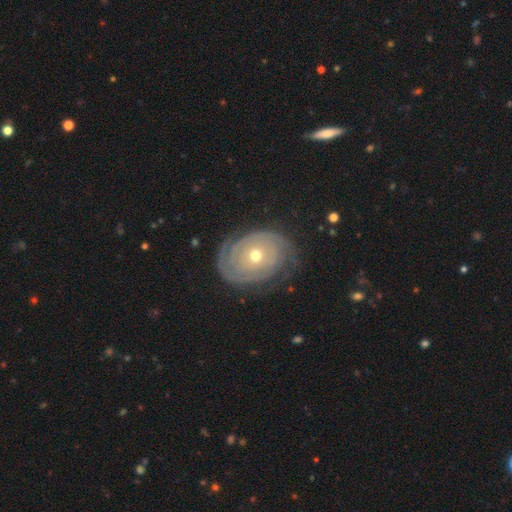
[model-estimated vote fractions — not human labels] Smooth or featured? Predicted: featured or disk (p=0.81). Edge-on disk? Predicted: no (p=0.96). Bar? Predicted: no (p=0.84). Spiral arms? Predicted: yes (p=0.88). Spiral winding? Predicted: tight (p=0.79). Spiral arm count? Predicted: 2 (p=0.40). Bulge size? Predicted: moderate (p=0.56). Merging? Predicted: none (p=0.73).